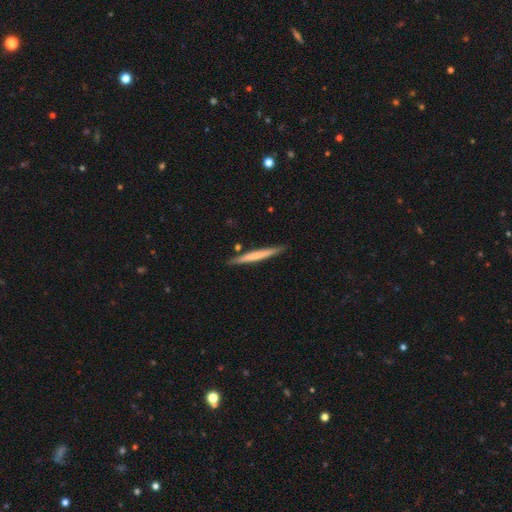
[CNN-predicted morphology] Overall: smooth (57%; featured or disk 38%). How rounded: cigar-shaped (97%). Merging: none (88%).